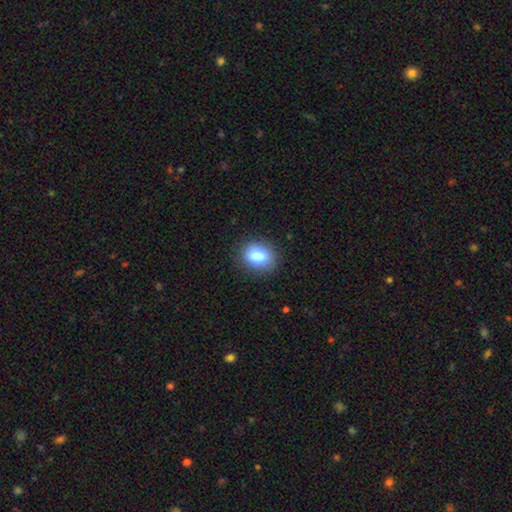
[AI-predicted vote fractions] The model was most divided on "how rounded": in between: 60%, round: 38%, cigar-shaped: 1%. More confident: smooth or featured — smooth (86%); merging — none (83%).